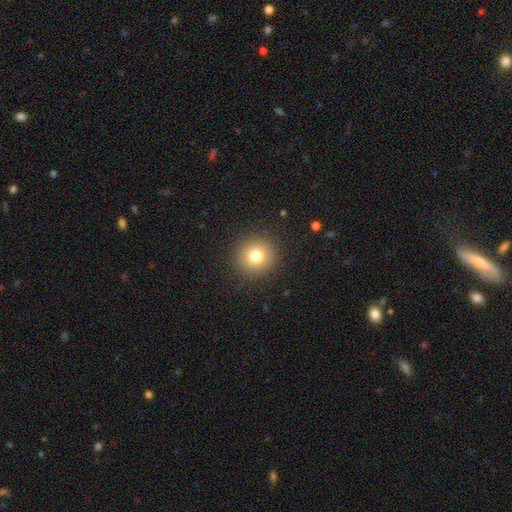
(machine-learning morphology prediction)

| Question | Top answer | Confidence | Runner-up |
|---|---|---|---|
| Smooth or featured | smooth | 77% | star or artifact (13%) |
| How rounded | round | 94% | in between (5%) |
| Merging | none | 91% | minor disturbance (6%) |